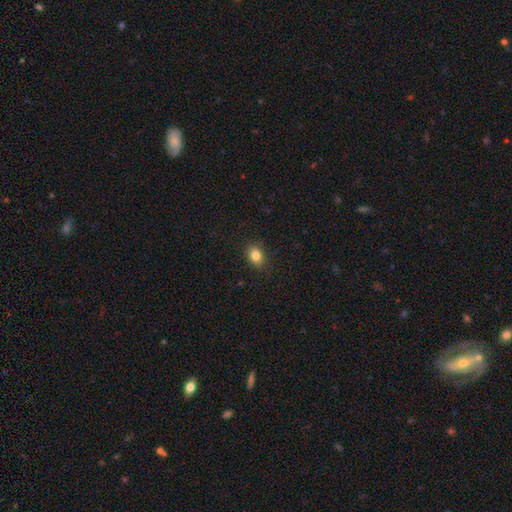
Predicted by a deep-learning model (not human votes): This is clearly a smooth galaxy (84%). How rounded: likely in between (65%). Merging: clearly none (86%).